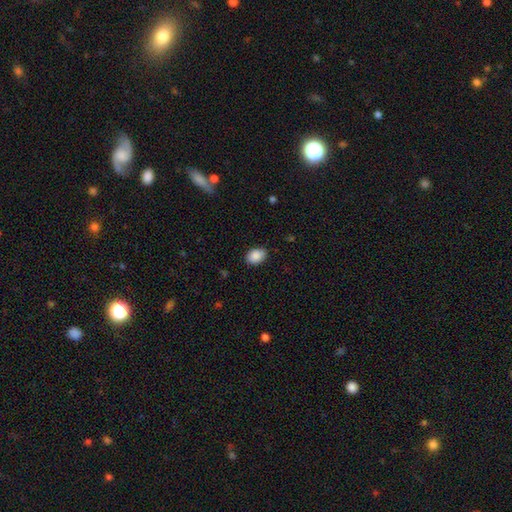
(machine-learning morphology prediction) Smooth or featured? smooth (89%)
How rounded? in between (78%)
Merging? none (86%)